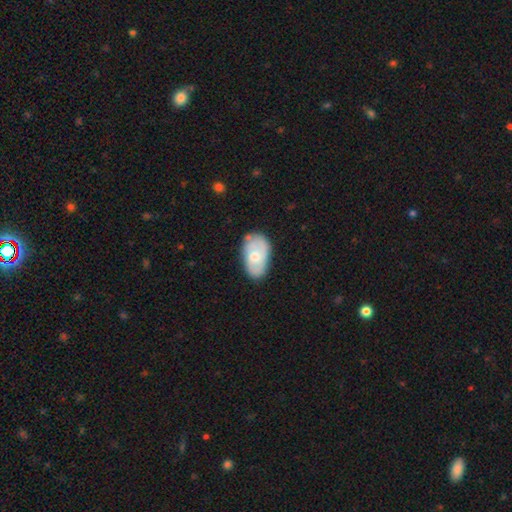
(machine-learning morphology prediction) Smooth or featured?
  - smooth: 48% *
  - featured or disk: 47%
  - star or artifact: 6%
Merging?
  - none: 69% *
  - minor disturbance: 23%
  - major disturbance: 5%
  - merger: 3%